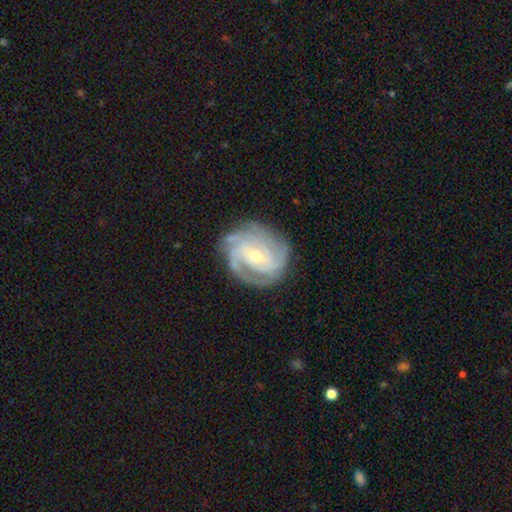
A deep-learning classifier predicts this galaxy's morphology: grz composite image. It shows a featured or disk galaxy (89%) with no bar (49%), 3 (34%) tight (71%) spiral arms (98%) and a small central bulge (49%). Merging: none (79%).